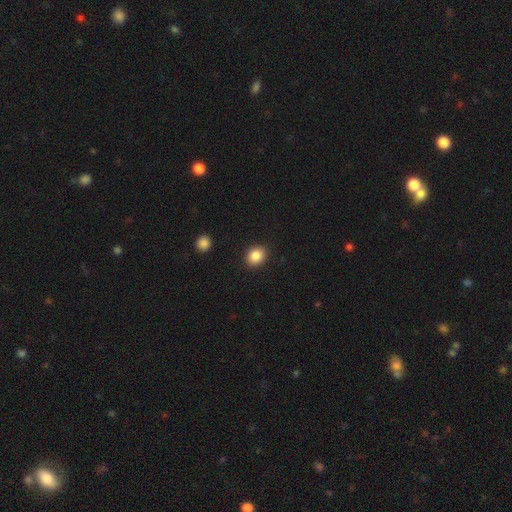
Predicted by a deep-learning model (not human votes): The model was most divided on "how rounded": round: 66%, in between: 33%, cigar-shaped: 1%. More confident: merging — none (90%); smooth or featured — smooth (87%).